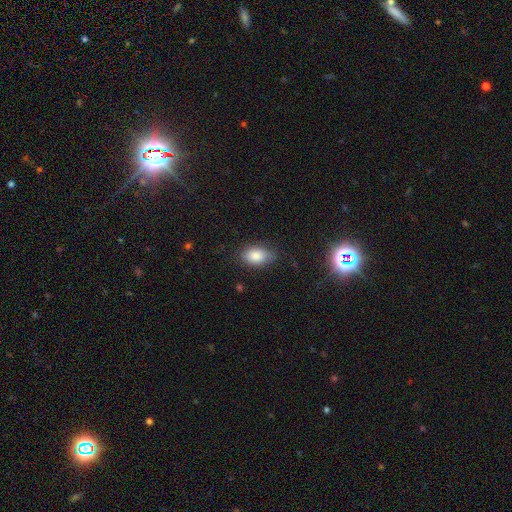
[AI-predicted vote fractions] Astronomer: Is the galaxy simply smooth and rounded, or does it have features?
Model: smooth — 84%.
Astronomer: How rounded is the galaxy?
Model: in between — 89%.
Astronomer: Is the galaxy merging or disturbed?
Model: none — 77%.